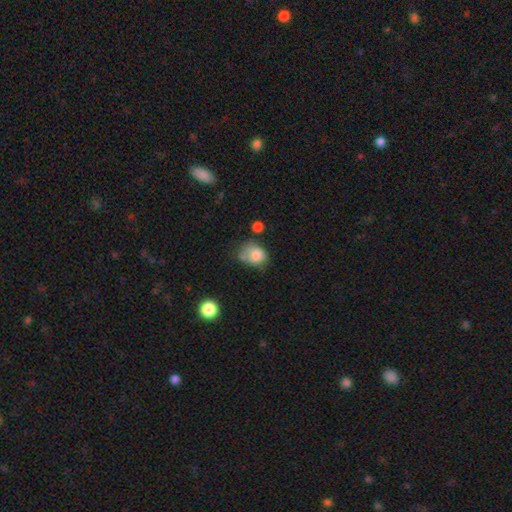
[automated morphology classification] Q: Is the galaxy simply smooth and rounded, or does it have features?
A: smooth — 79%.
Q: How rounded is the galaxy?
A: in between — 50%.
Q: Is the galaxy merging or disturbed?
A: none — 36%.